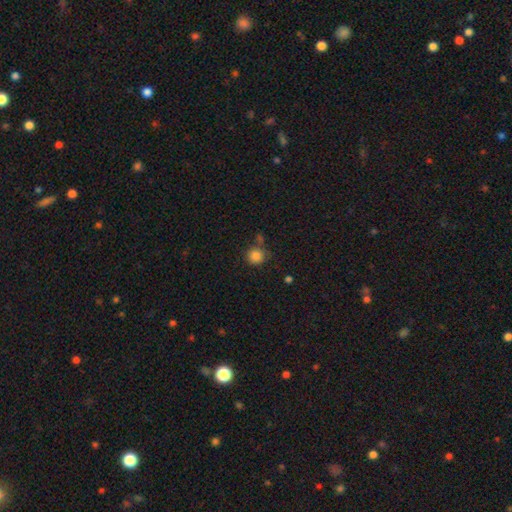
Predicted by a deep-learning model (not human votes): smooth 85%, star or artifact 10%, featured or disk 5%. Down the decision tree: how rounded — round (92%); merging — none (70%).